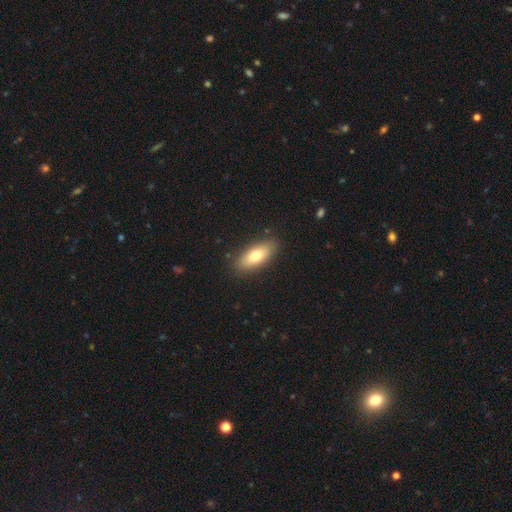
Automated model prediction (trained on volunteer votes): This is likely a smooth galaxy (73%). How rounded: clearly in between (82%). Merging: clearly none (86%).